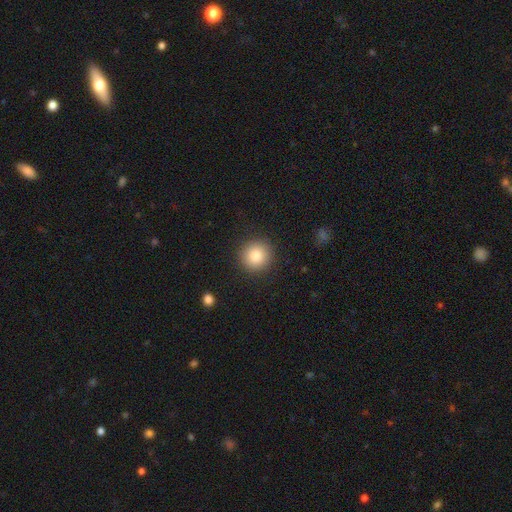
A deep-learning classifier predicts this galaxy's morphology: Smooth or featured?
  - smooth: 84% *
  - star or artifact: 9%
  - featured or disk: 7%
How rounded?
  - round: 94% *
  - in between: 5%
  - cigar-shaped: 1%
Merging?
  - none: 91% *
  - minor disturbance: 6%
  - major disturbance: 2%
  - merger: 1%